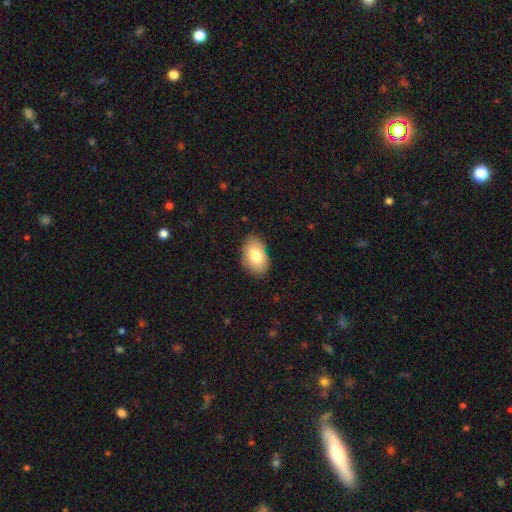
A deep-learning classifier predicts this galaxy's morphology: A smooth galaxy with no disk features (80%) that is in between round and cigar-shaped (91%). Merging: none (83%).